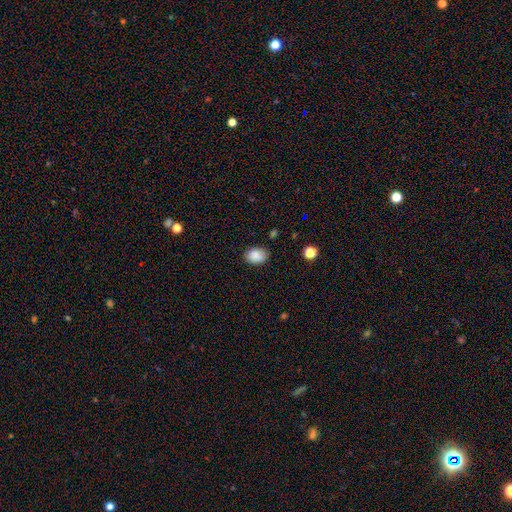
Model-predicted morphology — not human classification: type=smooth (88%); roundness=in between (73%); merging=none (81%).